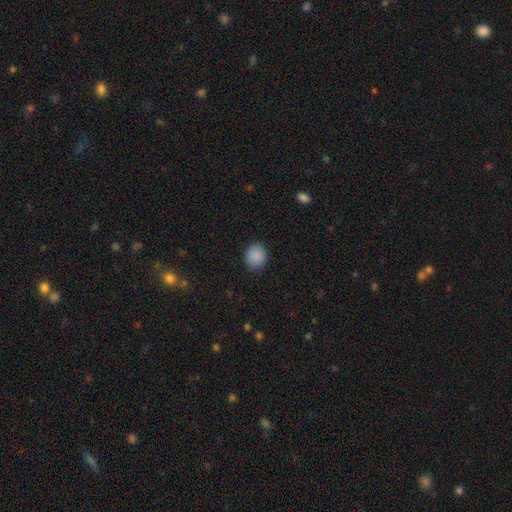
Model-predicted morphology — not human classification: The model was most divided on "how rounded": round: 70%, in between: 29%, cigar-shaped: 1%. More confident: smooth or featured — smooth (89%); merging — none (88%).